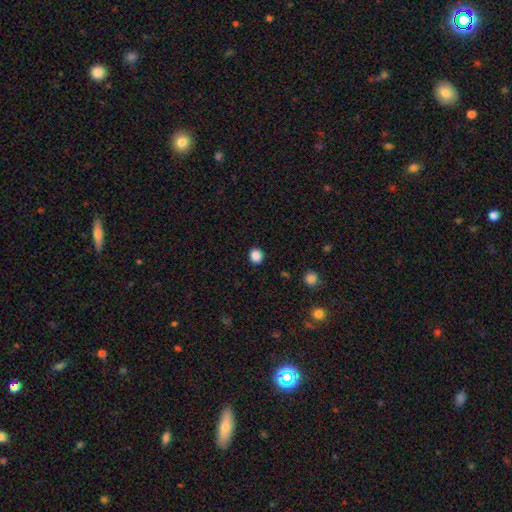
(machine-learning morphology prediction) smooth_or_featured: smooth (p=0.87) [alt: star or artifact p=0.11]
how_rounded: round (p=0.77) [alt: in between p=0.22]
merging: none (p=0.90) [alt: minor disturbance p=0.06]